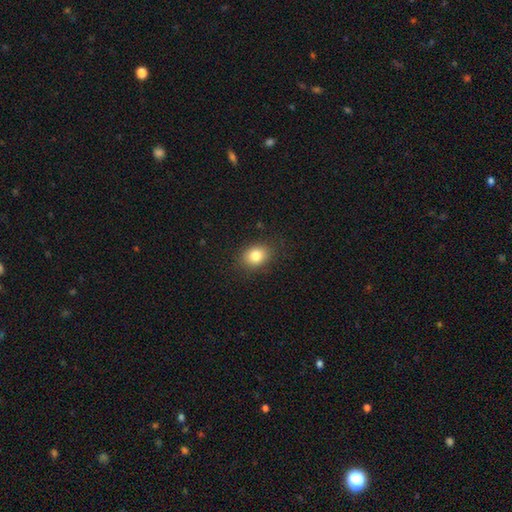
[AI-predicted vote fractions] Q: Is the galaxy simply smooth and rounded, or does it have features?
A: smooth — 82%.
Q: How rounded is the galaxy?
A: in between — 53%.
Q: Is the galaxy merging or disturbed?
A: none — 86%.